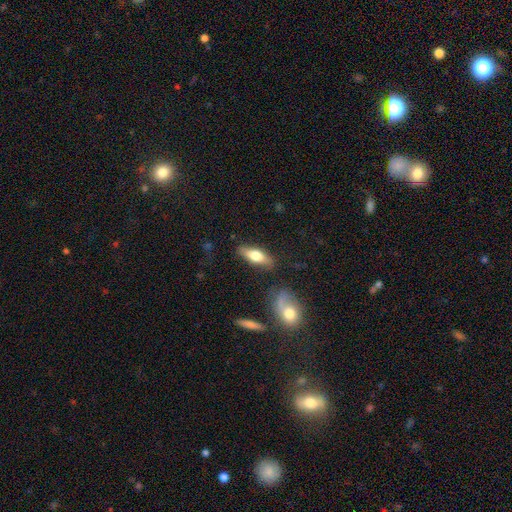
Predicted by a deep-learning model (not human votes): Overall: smooth (64%; featured or disk 30%). How rounded: in between (67%; cigar-shaped 30%). Merging: none (80%).